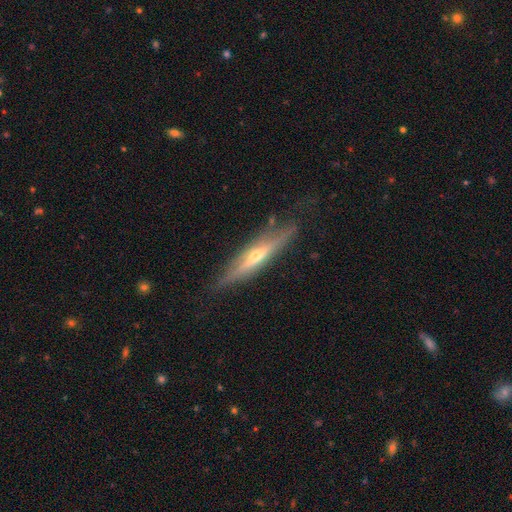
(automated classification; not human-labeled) The model was most divided on "smooth or featured": featured or disk: 72%, smooth: 22%, star or artifact: 6%. More confident: edge-on disk — yes (92%); edge-on bulge — rounded (80%); merging — none (77%).